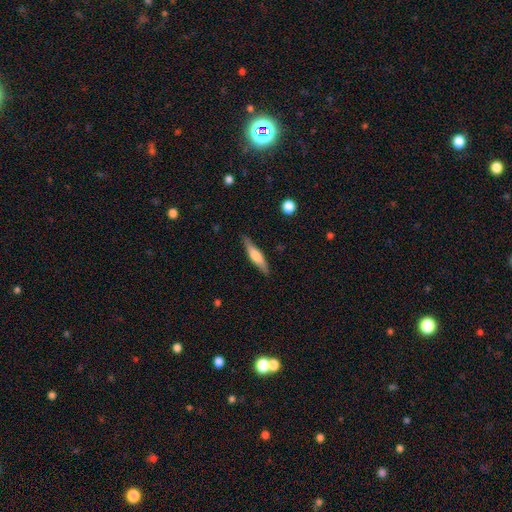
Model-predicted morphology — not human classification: smooth 55%, featured or disk 39%, star or artifact 6%. Down the decision tree: how rounded — cigar-shaped (81%); merging — none (85%).